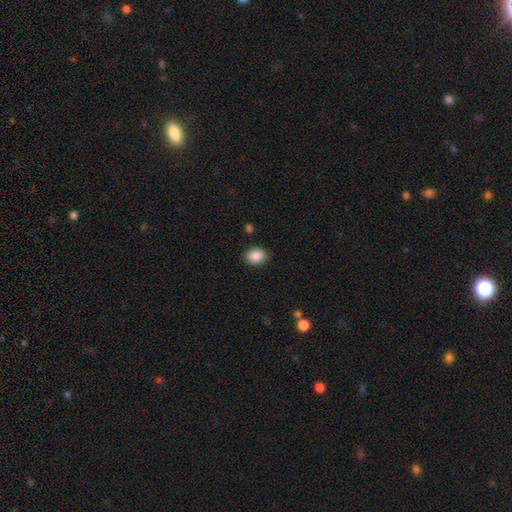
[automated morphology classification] Overall: smooth (88%). How rounded: in between (53%; round 46%). Merging: none (87%).